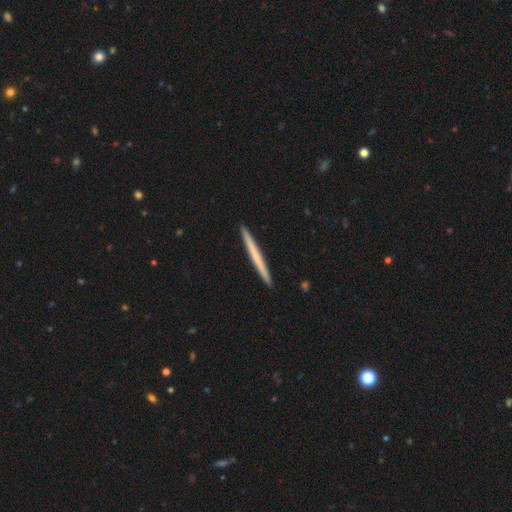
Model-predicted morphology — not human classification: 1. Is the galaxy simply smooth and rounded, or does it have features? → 52% smooth, 43% featured or disk, 5% star or artifact.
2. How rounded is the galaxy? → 97% cigar-shaped, 1% in between, 1% round.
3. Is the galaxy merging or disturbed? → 94% none, 4% minor disturbance, 1% major disturbance, 1% merger.